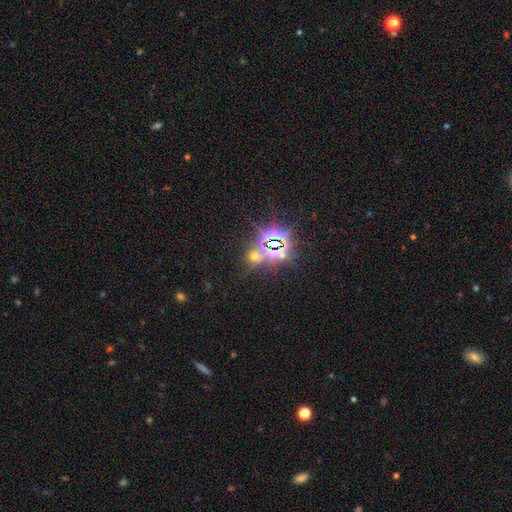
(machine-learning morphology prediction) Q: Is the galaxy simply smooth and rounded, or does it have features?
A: star or artifact — 76%.